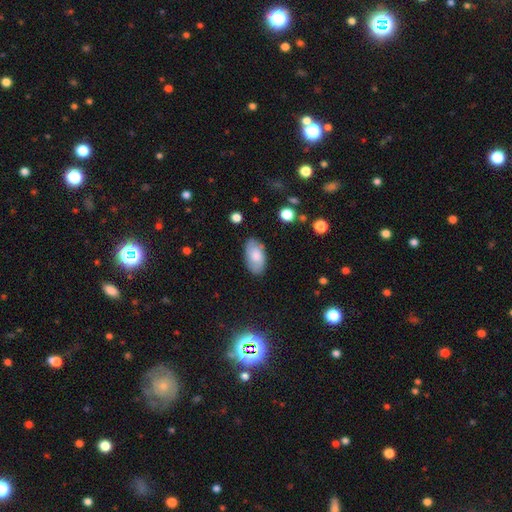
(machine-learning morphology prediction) smooth_or_featured: smooth (p=0.68) [alt: featured or disk p=0.25]
how_rounded: in between (p=0.94) [alt: round p=0.04]
merging: none (p=0.80) [alt: minor disturbance p=0.15]